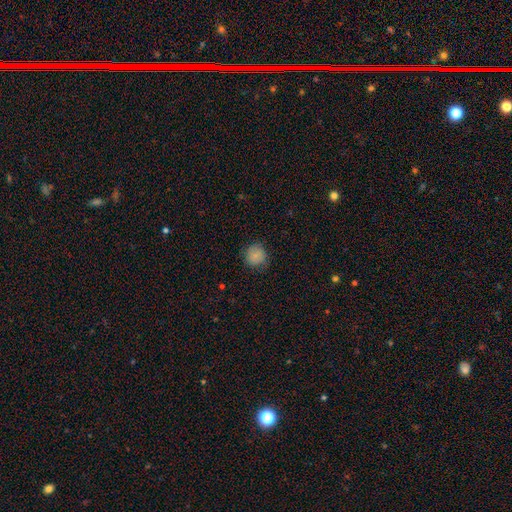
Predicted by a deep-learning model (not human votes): smooth_or_featured: smooth (p=0.83) [alt: star or artifact p=0.09]
how_rounded: round (p=0.89) [alt: in between p=0.10]
merging: none (p=0.78) [alt: minor disturbance p=0.17]